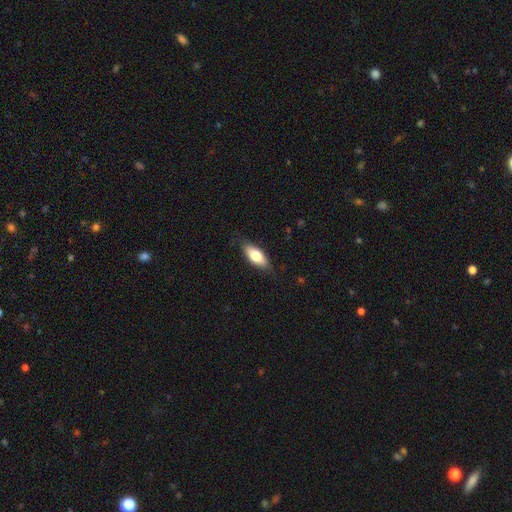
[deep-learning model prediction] smooth-or-featured: smooth: 73% | featured or disk: 21% | star or artifact: 6%
  how-rounded: in between: 80% | cigar-shaped: 18% | round: 3%
  merging: none: 82% | minor disturbance: 14% | major disturbance: 3% | merger: 1%